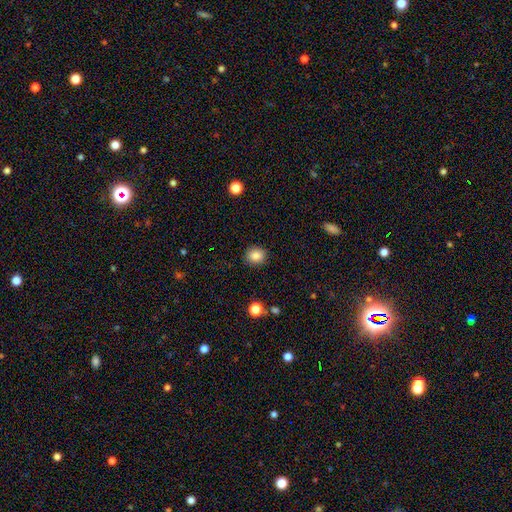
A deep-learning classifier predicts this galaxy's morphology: smooth_or_featured: smooth (p=0.86) [alt: star or artifact p=0.10]
how_rounded: round (p=0.75) [alt: in between p=0.24]
merging: none (p=0.89) [alt: minor disturbance p=0.07]